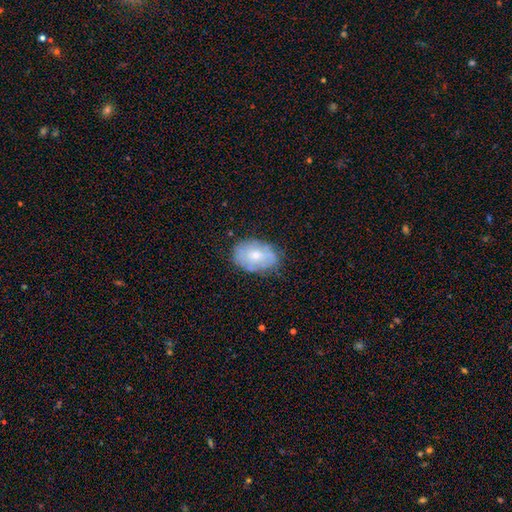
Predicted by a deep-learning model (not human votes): A smooth galaxy with no disk features (58%) that is in between round and cigar-shaped (84%). Merging: none (74%).